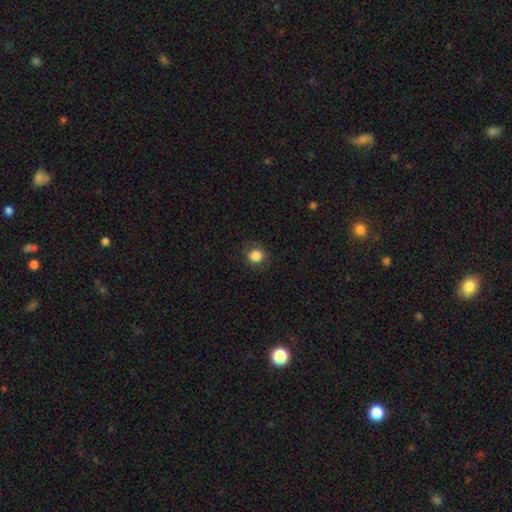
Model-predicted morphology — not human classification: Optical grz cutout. It shows a smooth galaxy with no disk features (84%) that is round (76%). Merging: none (85%).